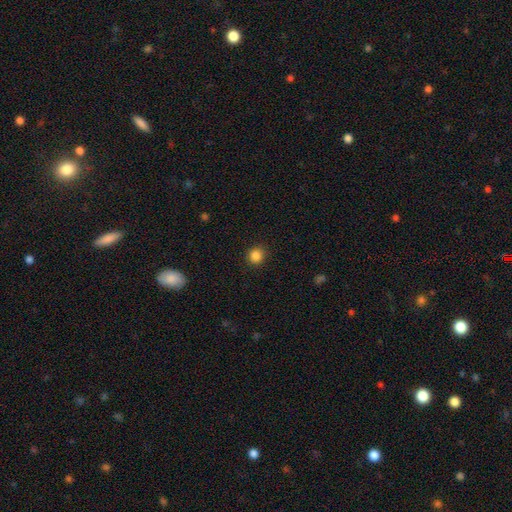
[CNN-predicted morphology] This appears to be a smooth galaxy with no disk features (86%) that is round (91%). Merging: none (91%).